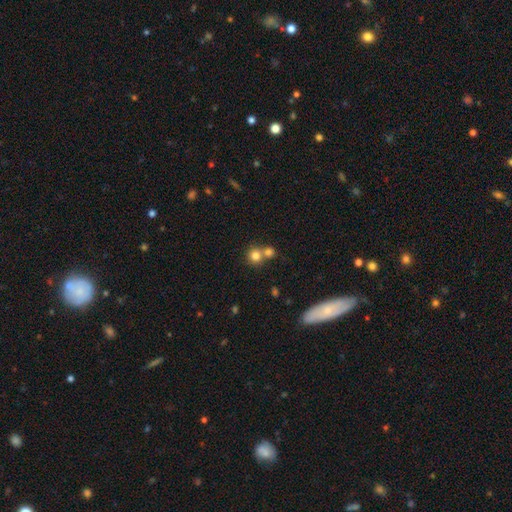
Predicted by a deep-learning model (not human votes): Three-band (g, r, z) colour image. It shows a smooth galaxy with no disk features (79%) that is round (89%). Merging: none (49%).